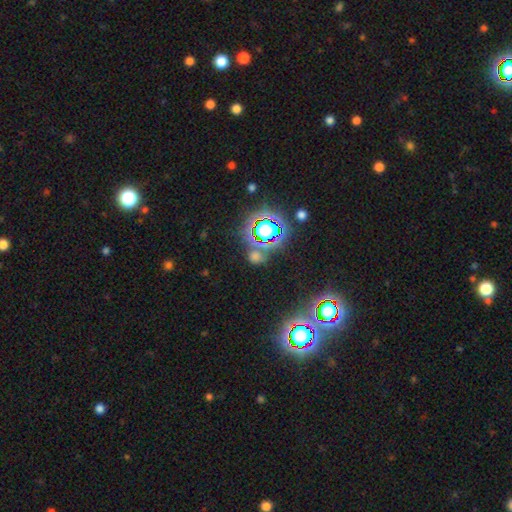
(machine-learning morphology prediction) A star or artifact, not a galaxy (52%).

Vote fractions:
- Smooth or featured? star or artifact: 52% / smooth: 39% / featured or disk: 9%